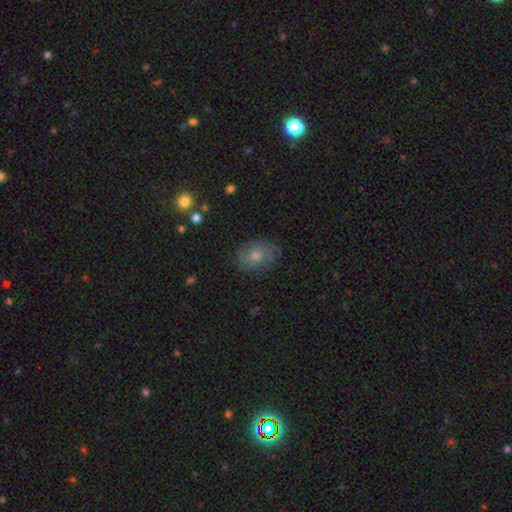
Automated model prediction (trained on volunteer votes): A featured or disk galaxy (50%). Merging: none (78%).